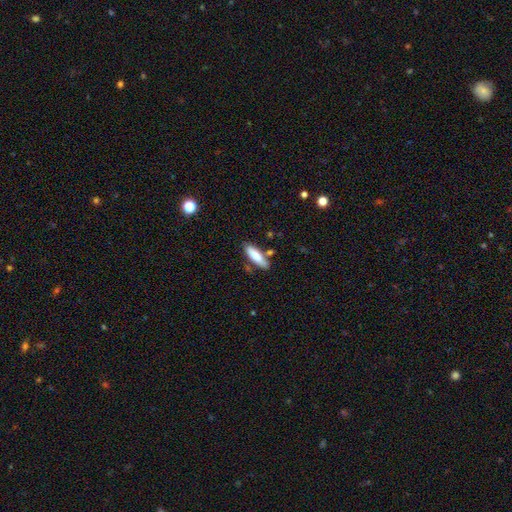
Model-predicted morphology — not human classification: The model was most divided on "how rounded": cigar-shaped: 52%, in between: 47%, round: 2%. More confident: smooth or featured — smooth (78%); merging — none (75%).